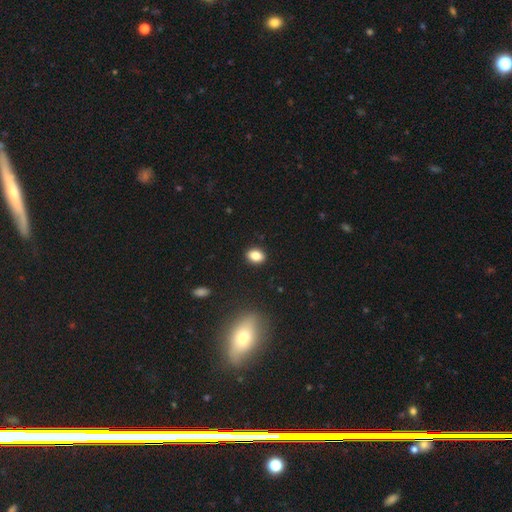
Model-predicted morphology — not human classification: Q: Smooth or featured?
A: smooth (85%); runner-up: star or artifact (10%)
Q: How rounded?
A: in between (64%); runner-up: round (34%)
Q: Merging?
A: none (90%); runner-up: minor disturbance (7%)